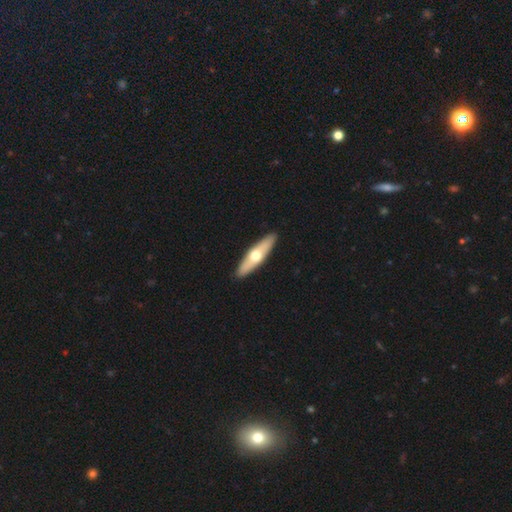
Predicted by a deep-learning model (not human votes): smooth_or_featured: featured or disk (p=0.48) [alt: smooth p=0.47]
merging: none (p=0.91) [alt: minor disturbance p=0.06]